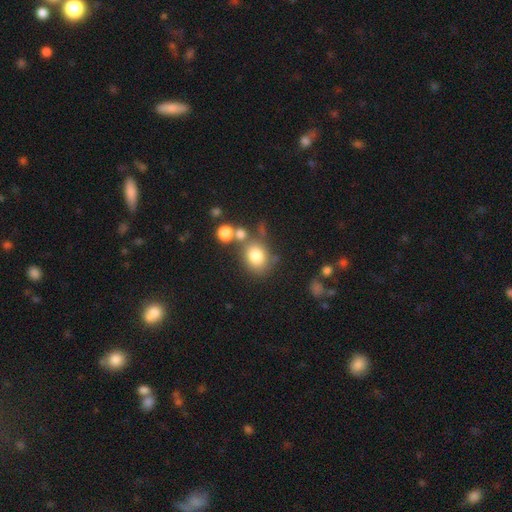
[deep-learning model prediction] A smooth galaxy with no disk features (79%) that is round (60%). Merging: none (59%).